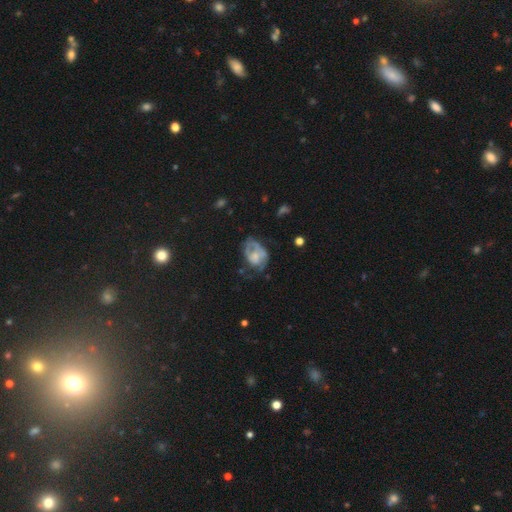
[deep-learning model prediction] smooth-or-featured: featured or disk: 63% | smooth: 29% | star or artifact: 8%
  disk-edge-on: no: 97% | yes: 3%
    bar: no: 75% | weak: 21% | strong: 4%
    has-spiral-arms: yes: 67% | no: 33%
    bulge-size: moderate: 37% (tied) | small: 37% (tied) | none: 16% | large: 9% | dominant: 2%
  merging: none: 41% | minor disturbance: 29% | major disturbance: 28% | merger: 3%